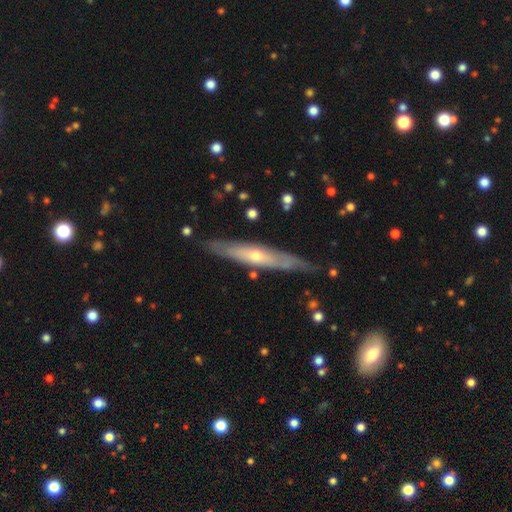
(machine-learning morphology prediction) This is likely a featured or disk galaxy (65%). It is likely viewed edge-on (77%). Edge-on bulge: likely rounded (73%). Merging: likely none (80%).